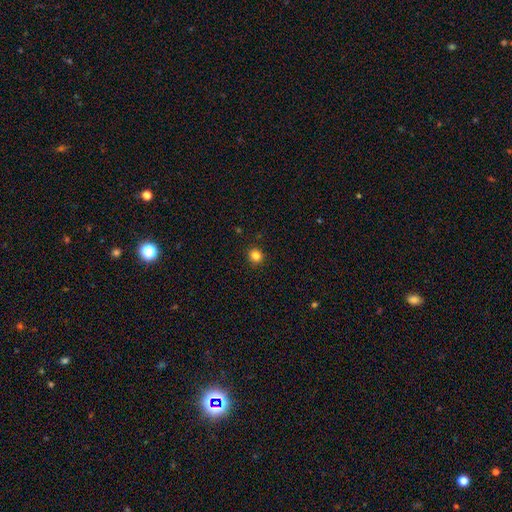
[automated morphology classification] Smooth or featured?
  - smooth: 84% *
  - star or artifact: 12%
  - featured or disk: 4%
How rounded?
  - round: 92% *
  - in between: 8%
  - cigar-shaped: 1%
Merging?
  - none: 92% *
  - minor disturbance: 5%
  - major disturbance: 2%
  - merger: 1%